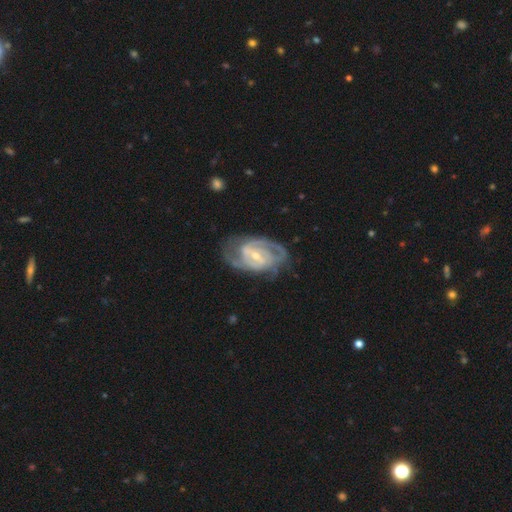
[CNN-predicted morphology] This appears to be a featured or disk galaxy (90%) with a weak bar (49%), 2 (60%) tight (51%) spiral arms (96%) and a small central bulge (54%). Merging: none (70%).